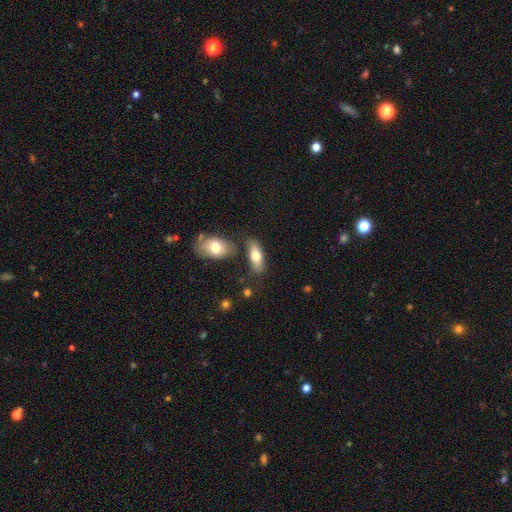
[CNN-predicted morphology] Smooth or featured: smooth — 73% (featured or disk — 20%)
How rounded: in between — 83% (cigar-shaped — 14%)
Merging: none — 65% (merger — 16%)